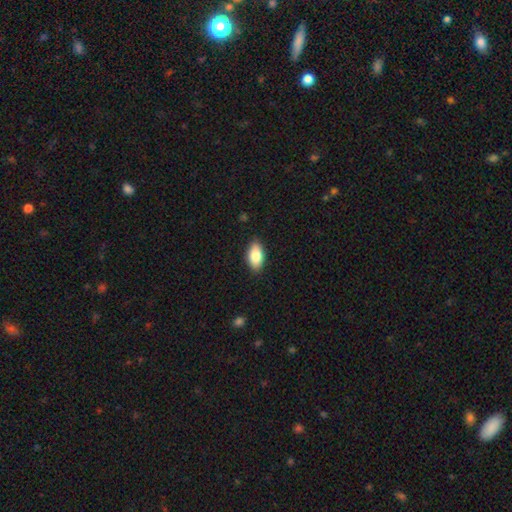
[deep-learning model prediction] Smooth or featured? smooth (83%)
How rounded? in between (92%)
Merging? none (88%)